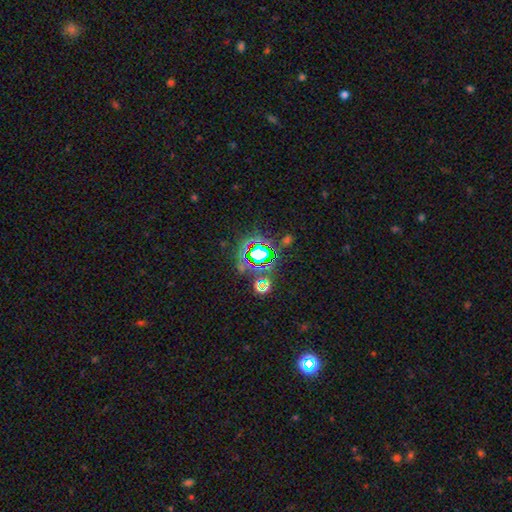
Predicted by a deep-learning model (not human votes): Smooth or featured? Predicted: star or artifact (p=0.70).